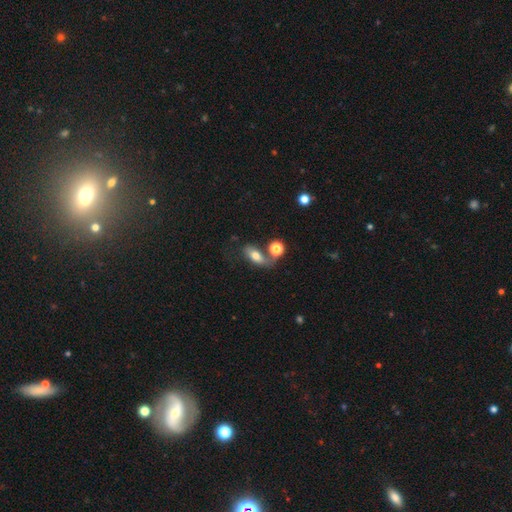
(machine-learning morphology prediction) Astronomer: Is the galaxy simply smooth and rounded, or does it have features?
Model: smooth — 67%.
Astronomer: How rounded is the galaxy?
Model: in between — 80%.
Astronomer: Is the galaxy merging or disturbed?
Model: none — 36% (runner-up: merger, 31%).